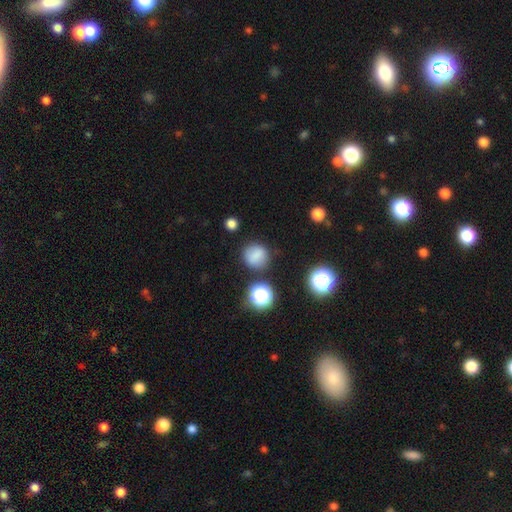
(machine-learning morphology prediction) Smooth or featured?
  - smooth: 78% *
  - star or artifact: 14%
  - featured or disk: 8%
How rounded?
  - round: 83% *
  - in between: 16%
  - cigar-shaped: 1%
Merging?
  - none: 81% *
  - minor disturbance: 11%
  - major disturbance: 4%
  - merger: 4%